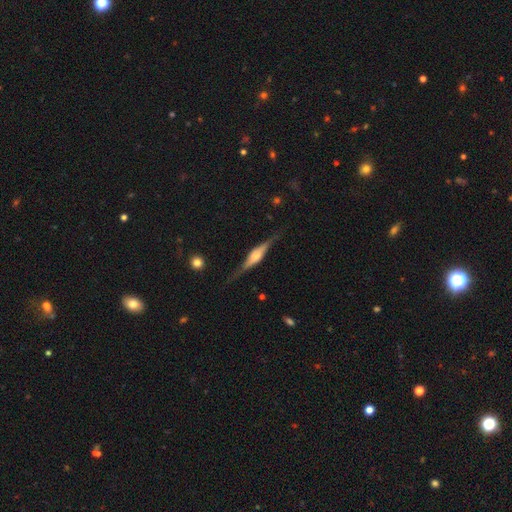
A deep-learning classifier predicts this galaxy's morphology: type=featured or disk (78%); edge-on=yes (97%); edge-on bulge=rounded (74%); merging=none (82%).